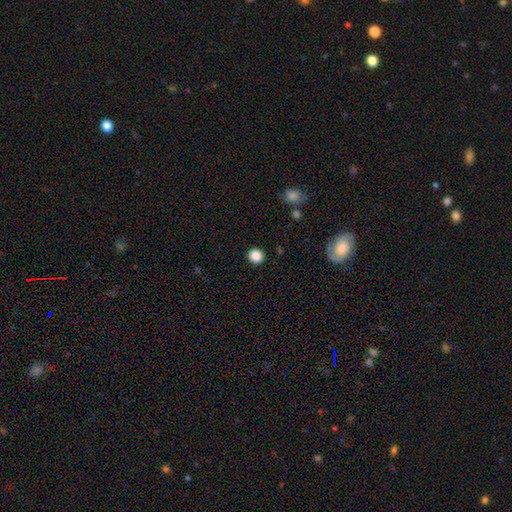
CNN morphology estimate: Smooth or featured? Predicted: smooth (p=0.87). How rounded? Predicted: round (p=0.91). Merging? Predicted: none (p=0.92).